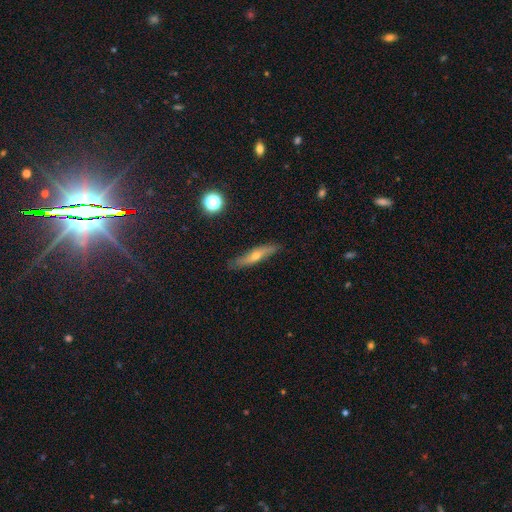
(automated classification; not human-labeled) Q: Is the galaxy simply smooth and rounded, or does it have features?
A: featured or disk — 52%.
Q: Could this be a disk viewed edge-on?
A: yes — 76%.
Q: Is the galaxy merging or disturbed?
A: none — 82%.